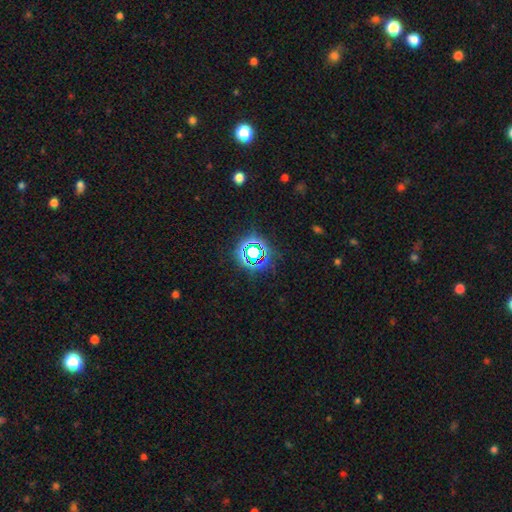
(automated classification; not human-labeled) smooth-or-featured: star or artifact: 71% | smooth: 19% | featured or disk: 10%